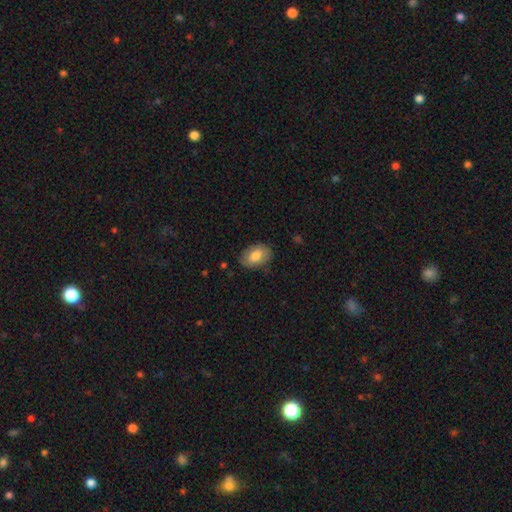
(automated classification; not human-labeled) smooth-or-featured: smooth: 78% | featured or disk: 16% | star or artifact: 7%
  how-rounded: in between: 87% | round: 12% | cigar-shaped: 1%
  merging: none: 81% | minor disturbance: 15% | major disturbance: 3% | merger: 1%